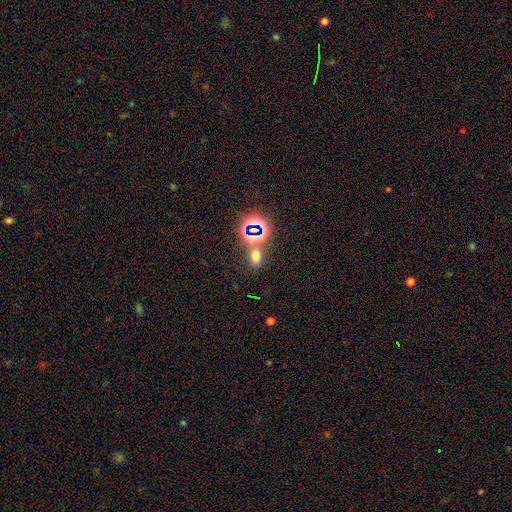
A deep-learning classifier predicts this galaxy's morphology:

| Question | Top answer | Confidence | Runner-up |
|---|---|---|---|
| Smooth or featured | smooth | 53% | star or artifact (39%) |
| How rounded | in between | 67% | round (31%) |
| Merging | none | 69% | merger (17%) |